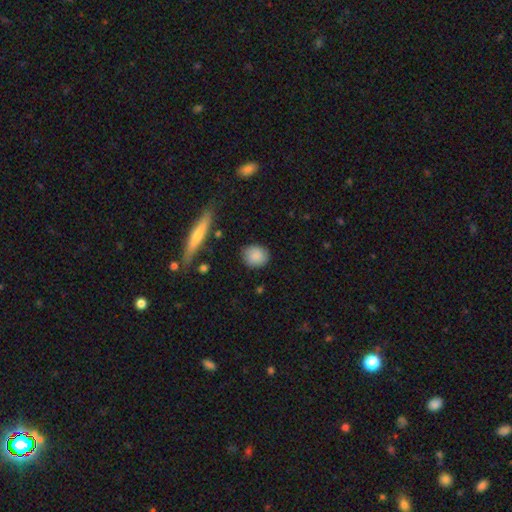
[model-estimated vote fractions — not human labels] smooth-or-featured: smooth: 83% | featured or disk: 10% | star or artifact: 7%
  how-rounded: round: 67% | in between: 31% | cigar-shaped: 2%
  merging: none: 82% | minor disturbance: 13% | major disturbance: 3% | merger: 2%